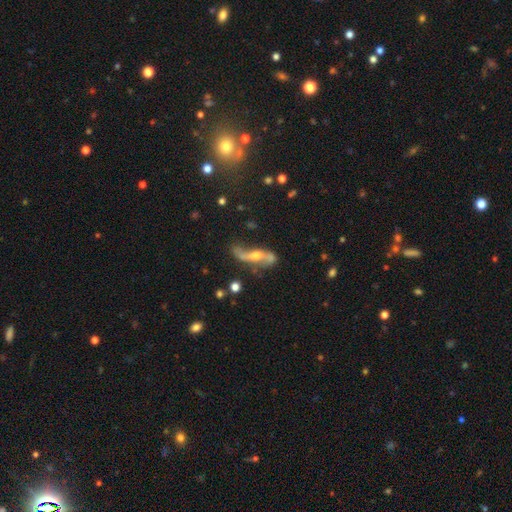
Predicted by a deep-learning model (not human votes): smooth_or_featured: featured or disk (p=0.70) [alt: smooth p=0.23]
disk_edge_on: no (p=0.74) [alt: yes p=0.26]
bar: no (p=0.54) [alt: weak p=0.29]
has_spiral_arms: yes (p=0.73) [alt: no p=0.27]
bulge_size: moderate (p=0.61) [alt: small p=0.24]
merging: none (p=0.39) [alt: major disturbance p=0.24]